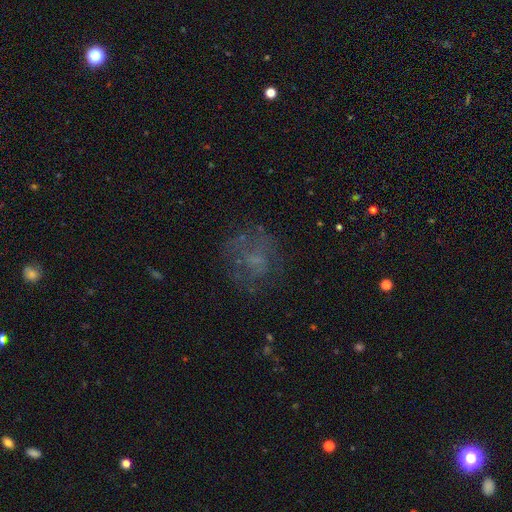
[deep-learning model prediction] This is marginally a featured or disk galaxy (39%). Merging: likely none (67%).